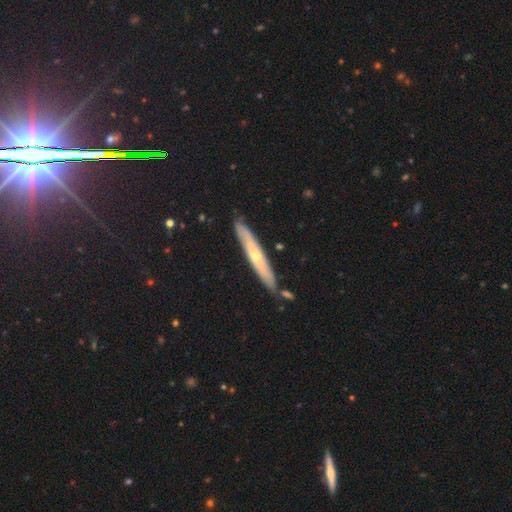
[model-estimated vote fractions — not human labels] Morphology: type=featured or disk (58%); edge-on=yes (83%); merging=none (83%).